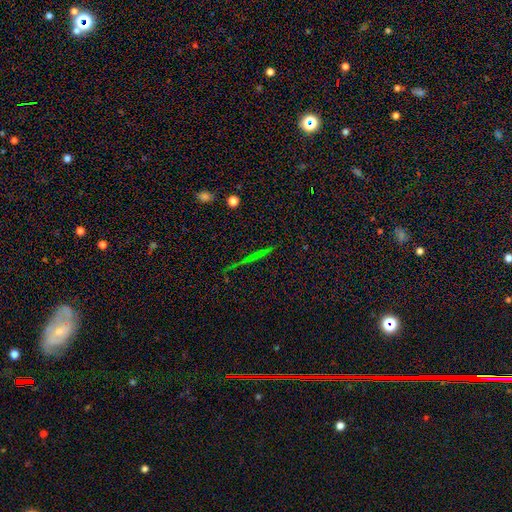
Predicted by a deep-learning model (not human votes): The model was most divided on "smooth or featured": star or artifact: 63%, featured or disk: 22%, smooth: 15%.